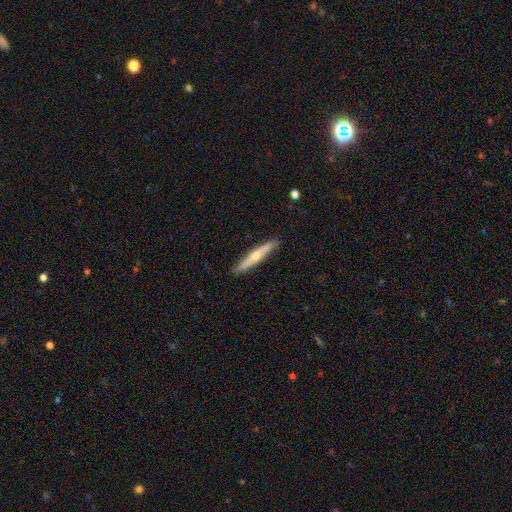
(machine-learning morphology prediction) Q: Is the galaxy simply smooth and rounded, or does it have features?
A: featured or disk — 52%.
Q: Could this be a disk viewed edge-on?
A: yes — 92%.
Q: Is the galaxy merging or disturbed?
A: none — 89%.